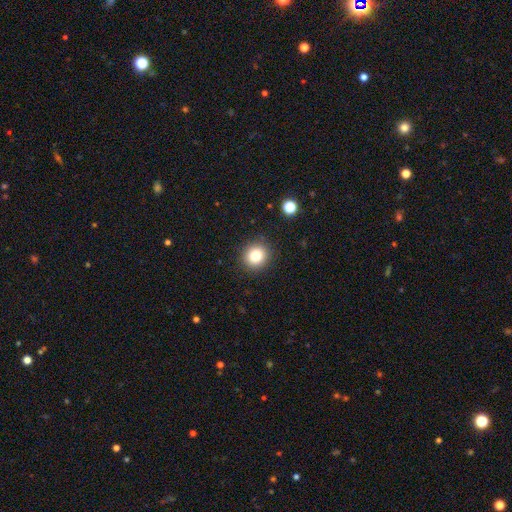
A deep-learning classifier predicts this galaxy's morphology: A smooth galaxy with no disk features (80%) that is round (89%).

Vote fractions:
- Smooth or featured? smooth: 80% / star or artifact: 12% / featured or disk: 7%
- How rounded? round: 89% / in between: 10% / cigar-shaped: 1%
- Merging? none: 90% / minor disturbance: 6% / major disturbance: 2% / merger: 1%